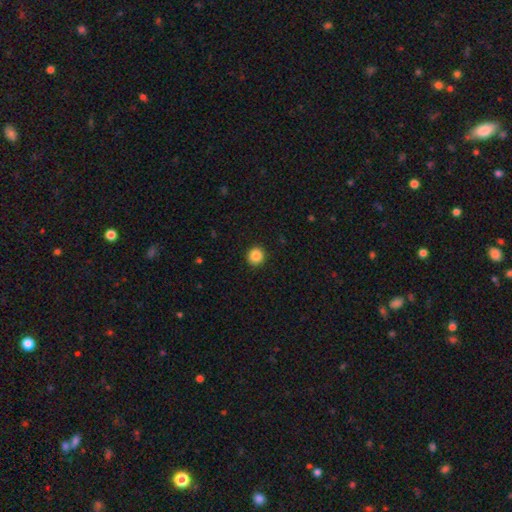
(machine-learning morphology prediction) type=smooth (86%); roundness=round (92%); merging=none (92%).